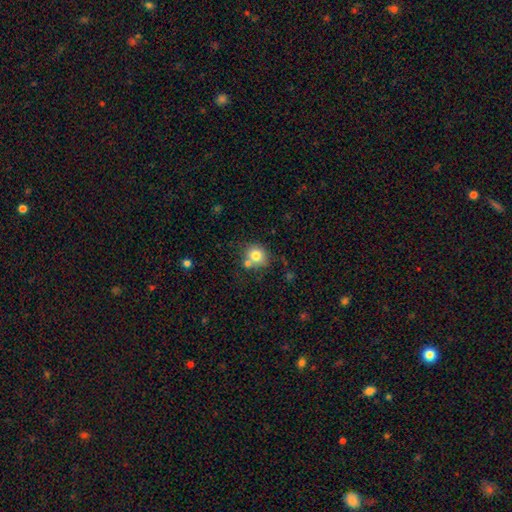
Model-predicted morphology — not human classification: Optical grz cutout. It shows a smooth galaxy with no disk features (79%) that is round (83%). Merging: none (63%).